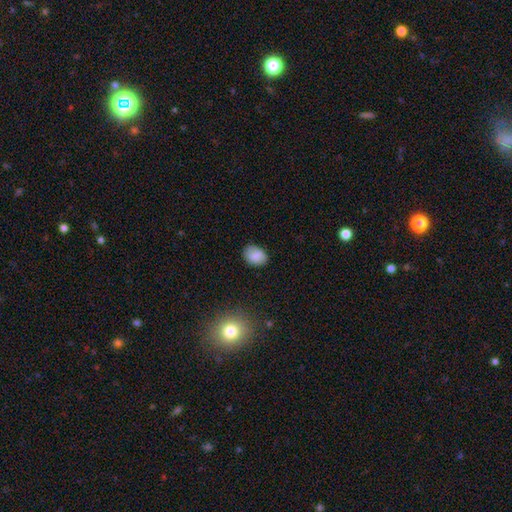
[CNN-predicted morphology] Smooth or featured? smooth (84%)
How rounded? in between (77%)
Merging? none (81%)